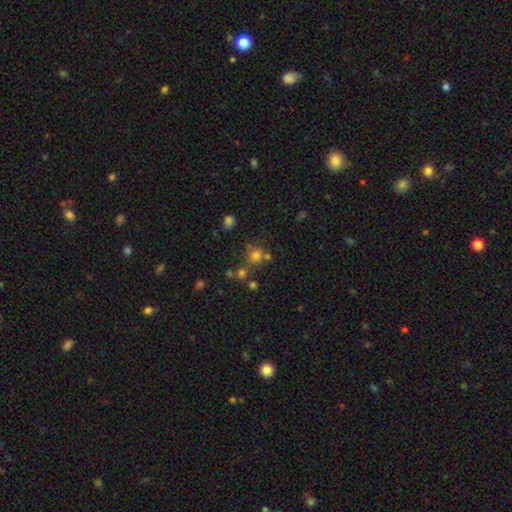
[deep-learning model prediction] This appears to be a smooth galaxy with no disk features (71%) that is round (85%). Merging: none (60%).